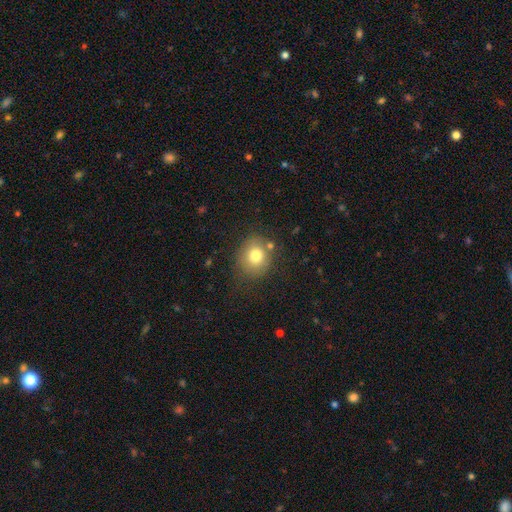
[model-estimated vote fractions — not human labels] smooth_or_featured: smooth (p=0.78) [alt: featured or disk p=0.11]
how_rounded: round (p=0.74) [alt: in between p=0.25]
merging: none (p=0.72) [alt: minor disturbance p=0.16]